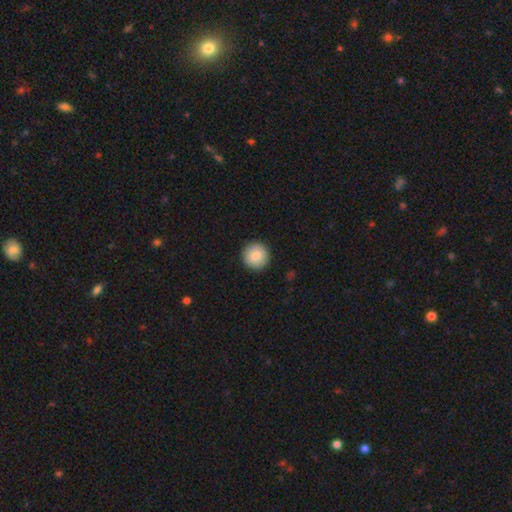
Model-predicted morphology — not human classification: Smooth or featured? Predicted: smooth (p=0.86). How rounded? Predicted: round (p=0.96). Merging? Predicted: none (p=0.93).